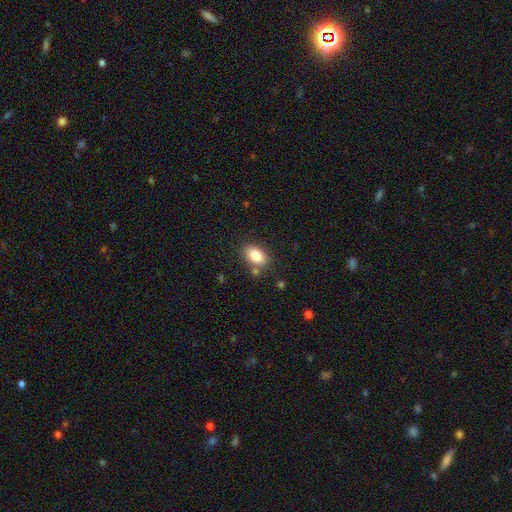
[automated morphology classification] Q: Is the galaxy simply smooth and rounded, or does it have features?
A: smooth — 84%.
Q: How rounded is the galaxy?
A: in between — 89%.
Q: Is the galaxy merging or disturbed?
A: none — 78%.